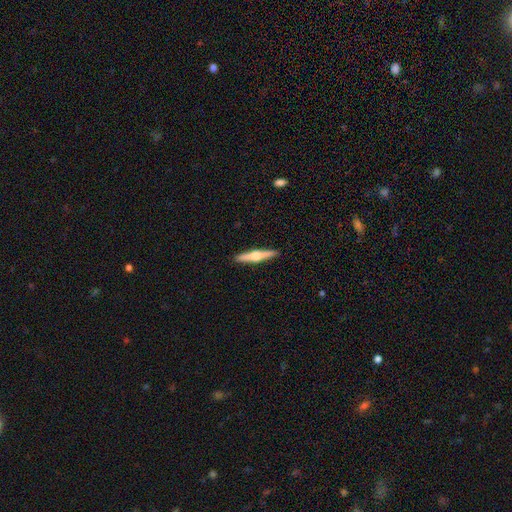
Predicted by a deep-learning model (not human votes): Smooth or featured: featured or disk — 64% (smooth — 31%)
Edge-on disk: yes — 97% (no — 3%)
Edge-on bulge: rounded — 94% (boxy — 3%)
Merging: none — 92% (minor disturbance — 5%)